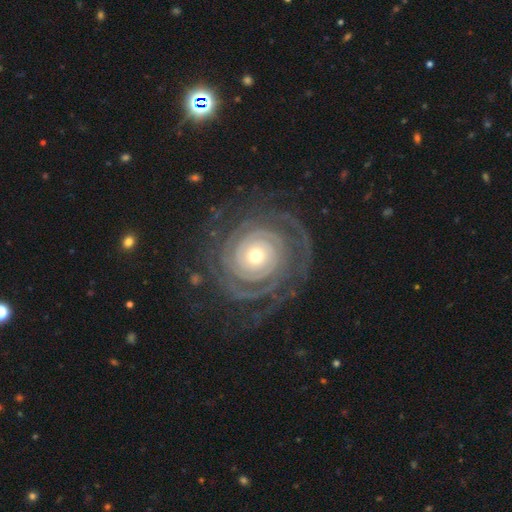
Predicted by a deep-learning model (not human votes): A featured or disk galaxy (91%) with no bar (80%), 2 (27%) tight (84%) spiral arms (98%) and a moderate central bulge (55%). Merging: none (75%).